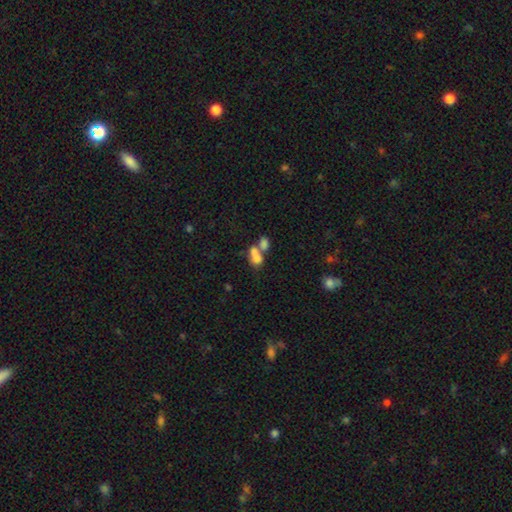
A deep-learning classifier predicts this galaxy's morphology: A smooth galaxy with no disk features (68%) that is in between round and cigar-shaped (73%).

Vote fractions:
- Smooth or featured? smooth: 68% / featured or disk: 20% / star or artifact: 12%
- How rounded? in between: 73% / round: 24% / cigar-shaped: 3%
- Merging? merger: 67% / none: 20% / minor disturbance: 7% / major disturbance: 6%